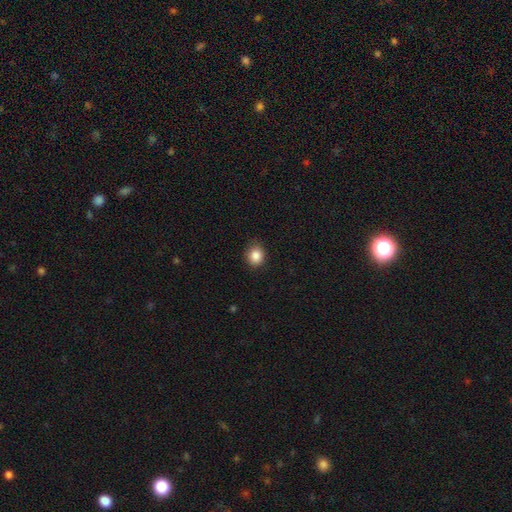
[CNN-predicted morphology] A smooth galaxy with no disk features (86%) that is round (75%). Merging: none (82%).